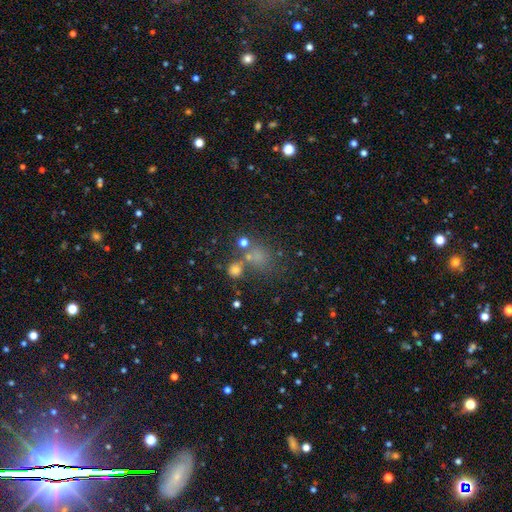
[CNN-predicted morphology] A smooth galaxy with no disk features (52%) that is round (66%). Merging: none (56%).